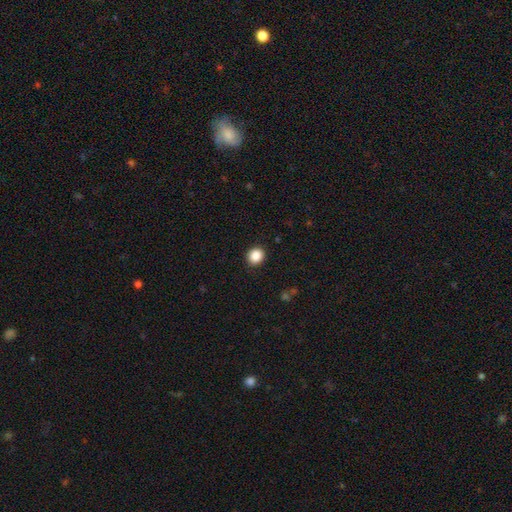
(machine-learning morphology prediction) Smooth or featured? Predicted: smooth (p=0.88). How rounded? Predicted: round (p=0.81). Merging? Predicted: none (p=0.90).